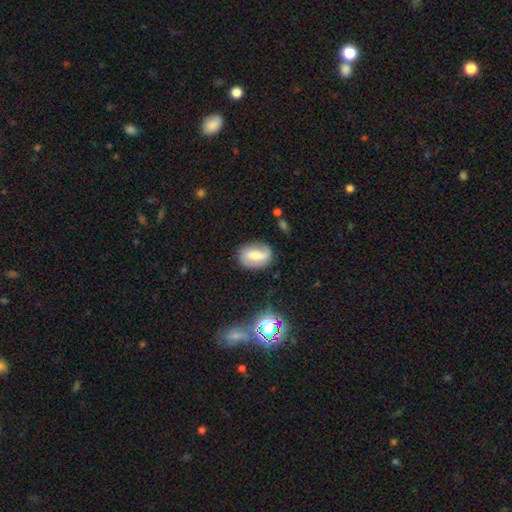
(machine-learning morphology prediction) Overall: smooth (50%; featured or disk 40%). How rounded: in between (71%). Merging: none (76%).